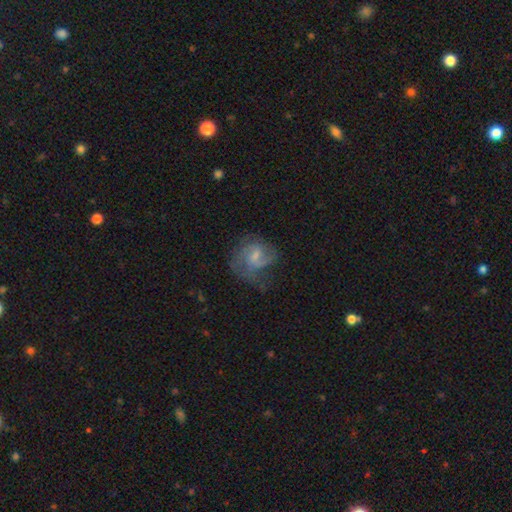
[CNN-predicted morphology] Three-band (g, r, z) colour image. It shows a featured or disk galaxy (68%) with a weak bar (48%), 2 (46%) medium (46%) spiral arms (86%) and a small central bulge (55%). Merging: none (49%).